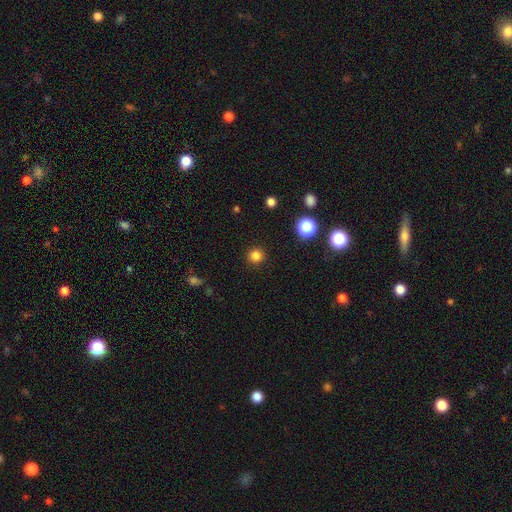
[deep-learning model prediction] smooth-or-featured: smooth: 82% | star or artifact: 14% | featured or disk: 4%
  how-rounded: round: 94% | in between: 5% | cigar-shaped: 1%
  merging: none: 92% | minor disturbance: 5% | major disturbance: 2% | merger: 1%